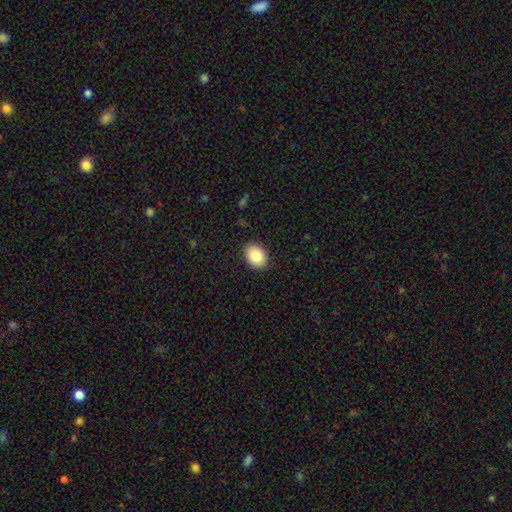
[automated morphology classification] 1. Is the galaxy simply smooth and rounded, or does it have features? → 84% smooth, 8% star or artifact, 8% featured or disk.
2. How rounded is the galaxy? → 65% in between, 34% round, 1% cigar-shaped.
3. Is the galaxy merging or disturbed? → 90% none, 7% minor disturbance, 2% major disturbance, 1% merger.